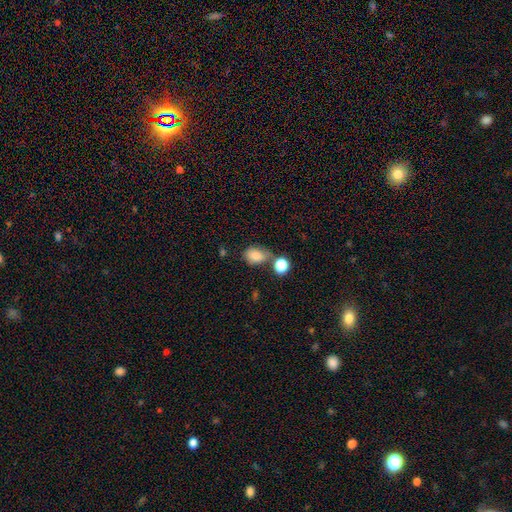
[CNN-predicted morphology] smooth 82%, star or artifact 10%, featured or disk 7%. Down the decision tree: how rounded — in between (71%); merging — none (46%).